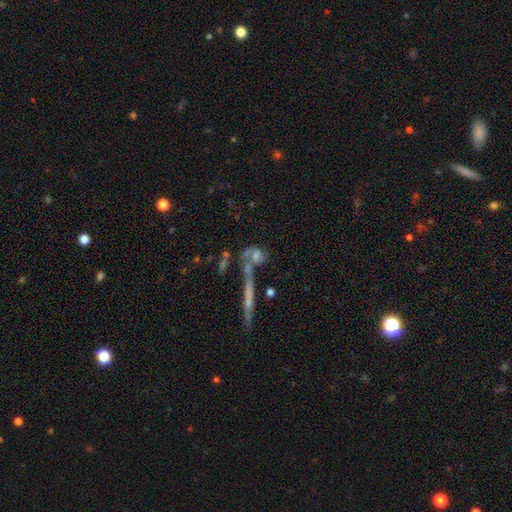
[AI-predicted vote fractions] Smooth or featured?
  - smooth: 44% *
  - featured or disk: 41%
  - star or artifact: 14%
Merging?
  - none: 40% *
  - merger: 33%
  - minor disturbance: 14%
  - major disturbance: 13%